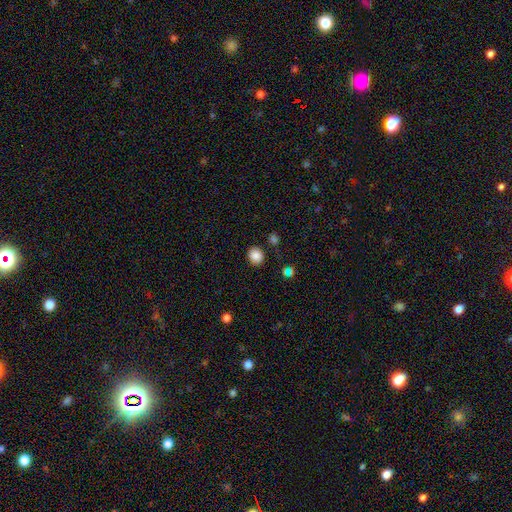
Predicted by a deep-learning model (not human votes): The model was most divided on "how rounded": round: 74%, in between: 25%, cigar-shaped: 1%. More confident: smooth or featured — smooth (86%); merging — none (86%).